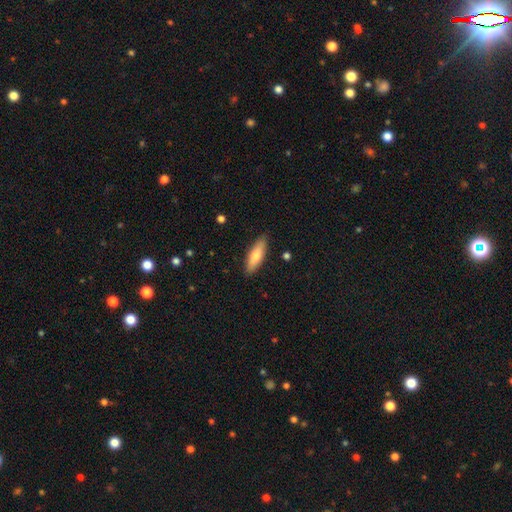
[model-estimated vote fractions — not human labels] Overall: smooth (73%). How rounded: in between (49%, tied with cigar-shaped). Merging: none (88%).